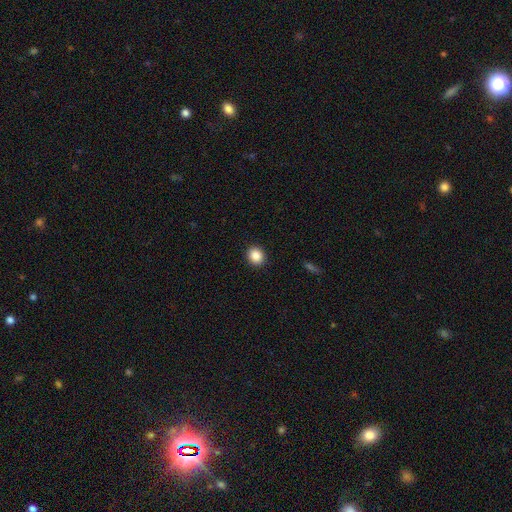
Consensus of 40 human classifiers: A smooth galaxy with no disk features (85%) that is round (71%).

Vote fractions:
- Smooth or featured? smooth: 85% / featured or disk: 8% / star or artifact: 8%
- How rounded? round: 71% / in between: 29% / cigar-shaped: 0%
- Merging? none: 97% / major disturbance: 3% / minor disturbance: 0% / merger: 0%